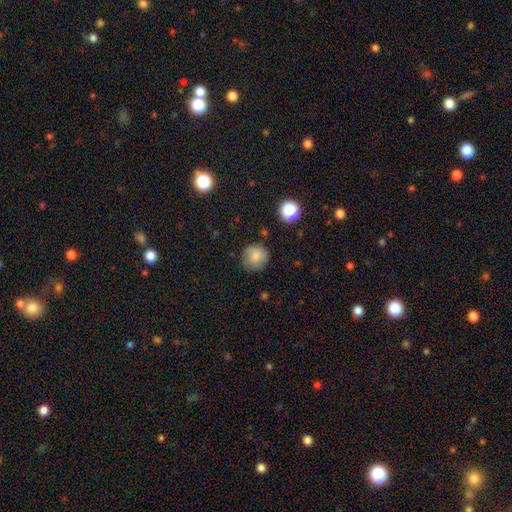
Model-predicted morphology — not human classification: Overall: smooth (77%). How rounded: round (90%). Merging: none (73%).